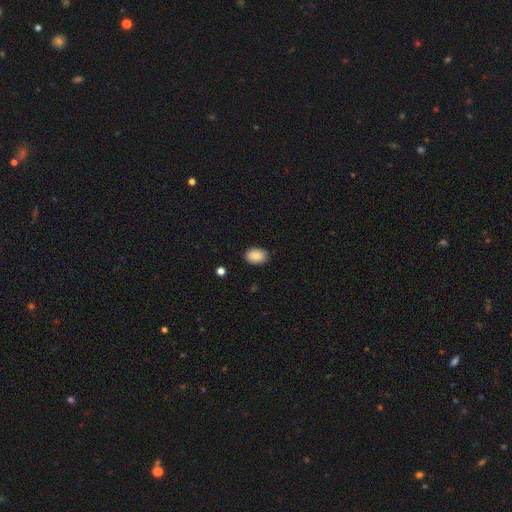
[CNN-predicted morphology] Q: Smooth or featured?
A: smooth (88%); runner-up: star or artifact (8%)
Q: How rounded?
A: in between (80%); runner-up: round (19%)
Q: Merging?
A: none (86%); runner-up: minor disturbance (11%)